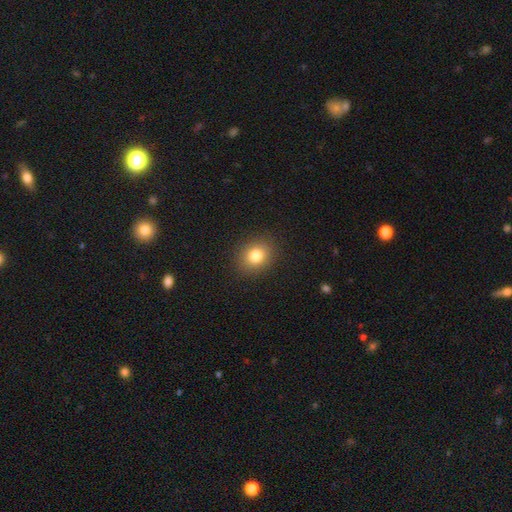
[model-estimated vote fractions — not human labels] This is clearly a smooth galaxy (81%). How rounded: likely round (63%). Merging: clearly none (90%).